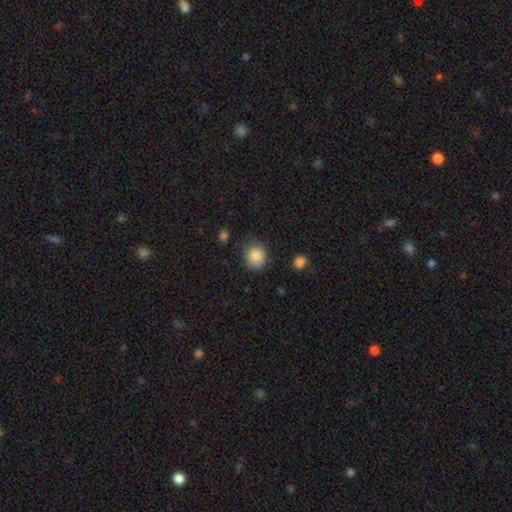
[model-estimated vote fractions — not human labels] This appears to be a smooth galaxy with no disk features (85%) that is round (76%). Merging: none (74%).